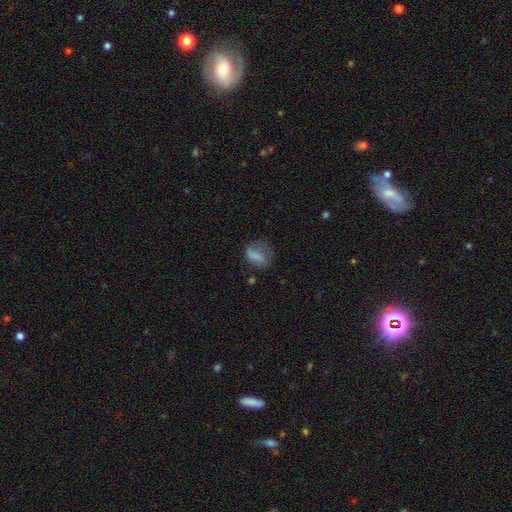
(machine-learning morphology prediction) Smooth or featured?
  - smooth: 71% *
  - featured or disk: 19%
  - star or artifact: 11%
How rounded?
  - in between: 62% *
  - round: 34%
  - cigar-shaped: 4%
Merging?
  - none: 42% *
  - minor disturbance: 29%
  - major disturbance: 26%
  - merger: 3%